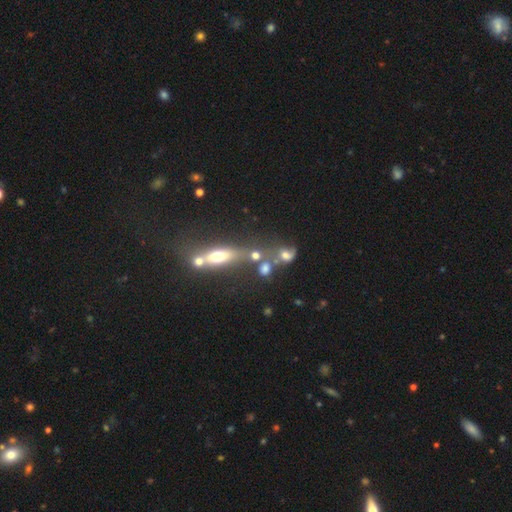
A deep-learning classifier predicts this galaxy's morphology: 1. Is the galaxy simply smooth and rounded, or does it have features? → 60% smooth, 21% featured or disk, 19% star or artifact.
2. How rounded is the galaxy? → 55% round, 30% in between, 15% cigar-shaped.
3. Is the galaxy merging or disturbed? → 40% none, 37% merger, 12% minor disturbance, 11% major disturbance.